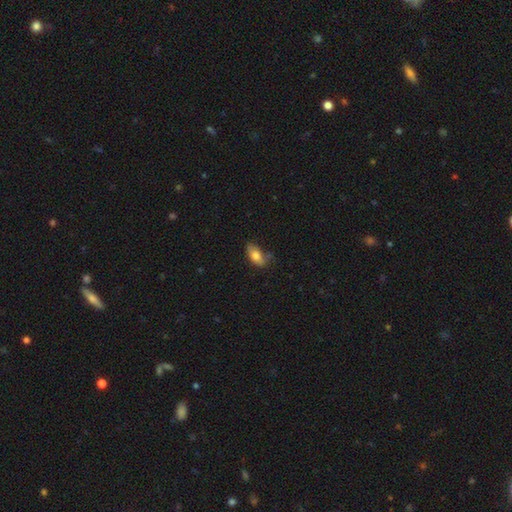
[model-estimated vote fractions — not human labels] The model was most divided on "merging": none: 47%, minor disturbance: 36%, major disturbance: 12%, merger: 5%. More confident: how rounded — in between (89%); smooth or featured — smooth (77%).